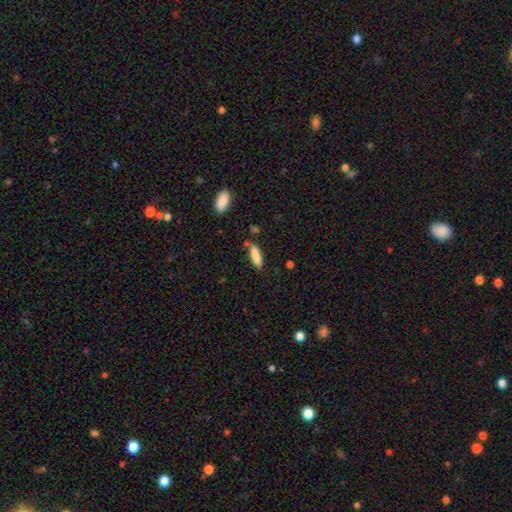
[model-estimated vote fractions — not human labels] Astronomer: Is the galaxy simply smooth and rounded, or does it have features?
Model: smooth — 85%.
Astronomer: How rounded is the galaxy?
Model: cigar-shaped — 61% (runner-up: in between, 37%).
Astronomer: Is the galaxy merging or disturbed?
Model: none — 72%.